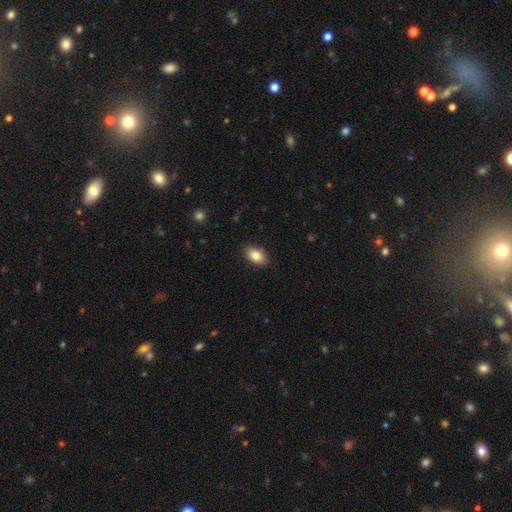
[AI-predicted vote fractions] The model was most divided on "smooth or featured": smooth: 85%, star or artifact: 8%, featured or disk: 7%. More confident: how rounded — in between (89%); merging — none (88%).